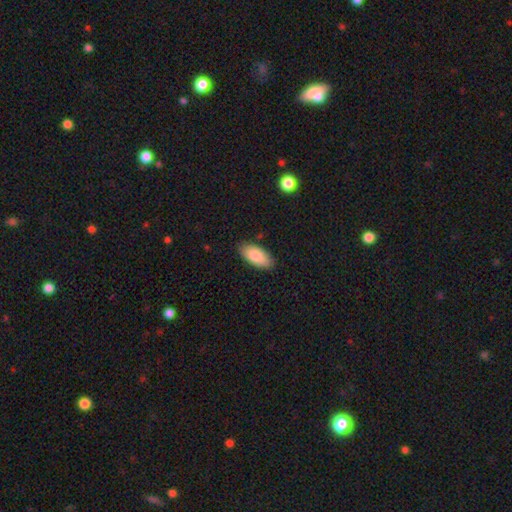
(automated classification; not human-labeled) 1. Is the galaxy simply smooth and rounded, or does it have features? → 86% smooth, 8% featured or disk, 6% star or artifact.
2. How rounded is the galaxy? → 90% in between, 8% cigar-shaped, 2% round.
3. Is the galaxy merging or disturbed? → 86% none, 10% minor disturbance, 2% major disturbance, 1% merger.